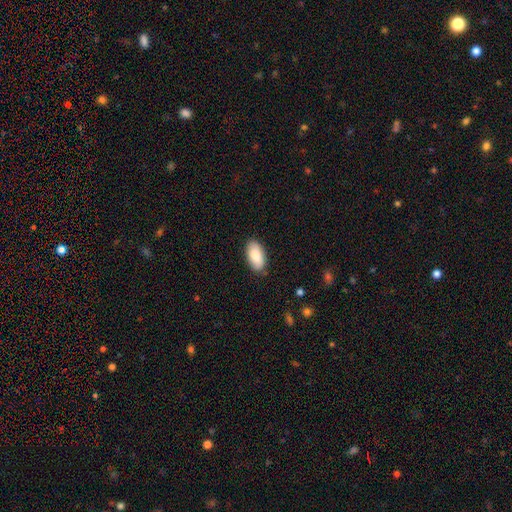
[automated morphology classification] A smooth galaxy with no disk features (87%) that is in between round and cigar-shaped (94%). Merging: none (85%).